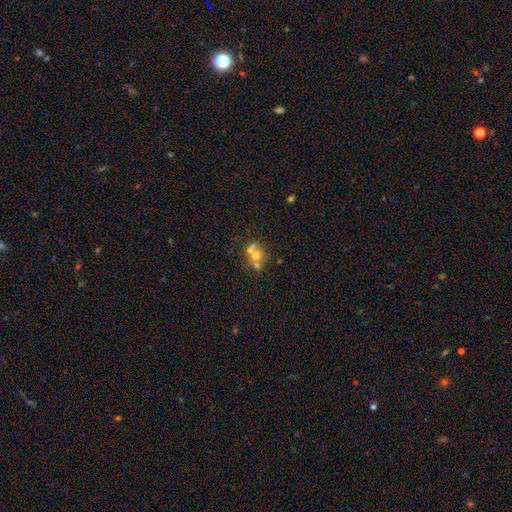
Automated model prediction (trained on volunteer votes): smooth-or-featured: smooth: 55% | featured or disk: 29% | star or artifact: 16%
  how-rounded: round: 77% | in between: 22% | cigar-shaped: 1%
  merging: merger: 50% | none: 38% | minor disturbance: 8% | major disturbance: 4%